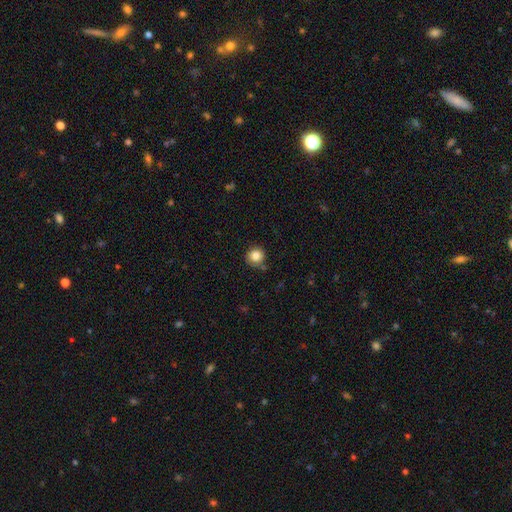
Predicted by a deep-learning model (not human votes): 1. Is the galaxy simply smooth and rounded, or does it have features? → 84% smooth, 10% star or artifact, 6% featured or disk.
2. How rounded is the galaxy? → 92% round, 8% in between, 1% cigar-shaped.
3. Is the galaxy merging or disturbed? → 79% none, 14% minor disturbance, 4% merger, 3% major disturbance.